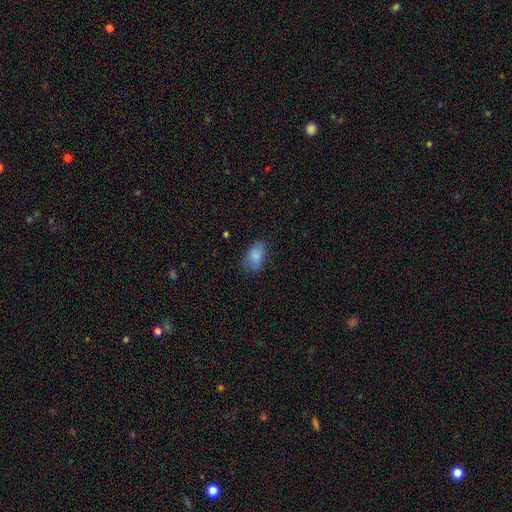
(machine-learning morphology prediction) Smooth or featured: smooth — 85% (star or artifact — 8%)
How rounded: in between — 89% (round — 9%)
Merging: none — 73% (minor disturbance — 21%)